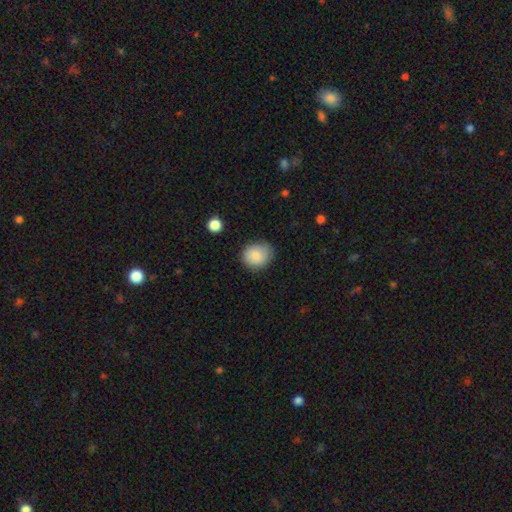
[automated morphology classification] This is clearly a smooth galaxy (84%). How rounded: likely round (72%). Merging: likely none (76%).